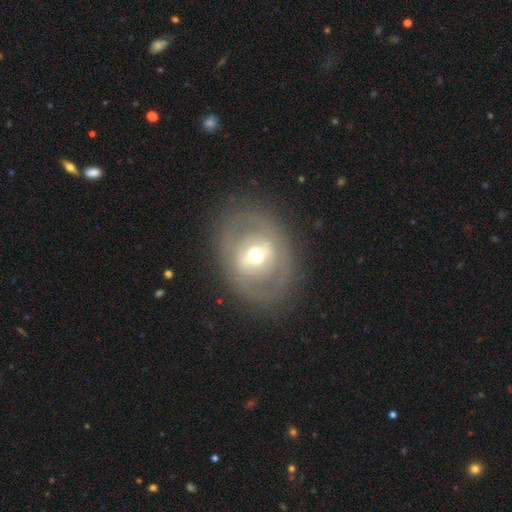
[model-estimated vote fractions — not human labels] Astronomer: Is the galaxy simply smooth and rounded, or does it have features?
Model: featured or disk — 61%.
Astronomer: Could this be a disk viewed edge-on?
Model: no — 91%.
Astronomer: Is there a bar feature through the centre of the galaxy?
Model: weak — 34%, tied with no at 34%.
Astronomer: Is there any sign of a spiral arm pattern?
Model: no — 82%.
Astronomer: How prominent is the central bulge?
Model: moderate — 66%.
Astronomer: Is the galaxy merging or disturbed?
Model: none — 80%.